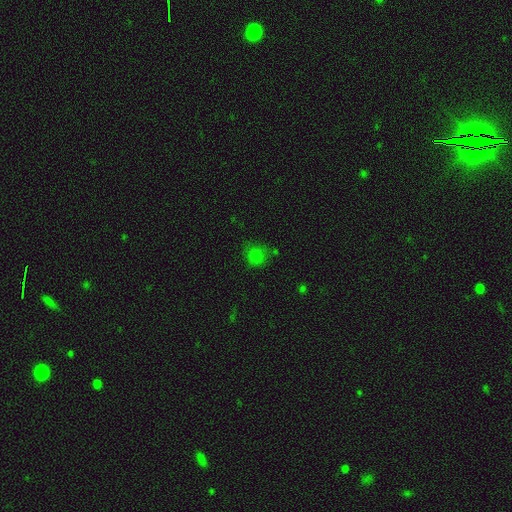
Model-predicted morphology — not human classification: Overall: smooth (73%). How rounded: round (83%). Merging: none (70%).